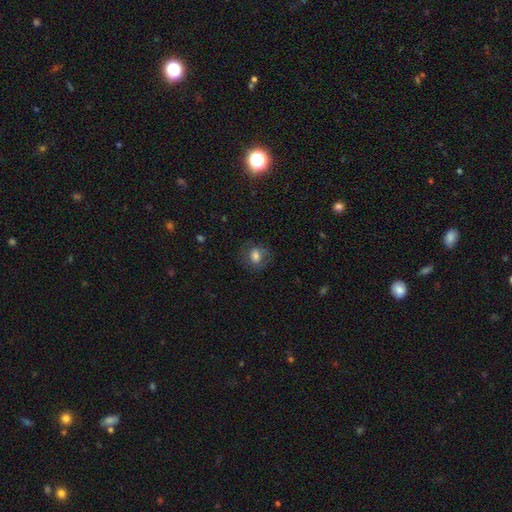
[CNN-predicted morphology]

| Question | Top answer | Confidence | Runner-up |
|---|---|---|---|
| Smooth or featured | smooth | 71% | featured or disk (18%) |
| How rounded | round | 52% | in between (47%) |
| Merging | none | 75% | minor disturbance (16%) |